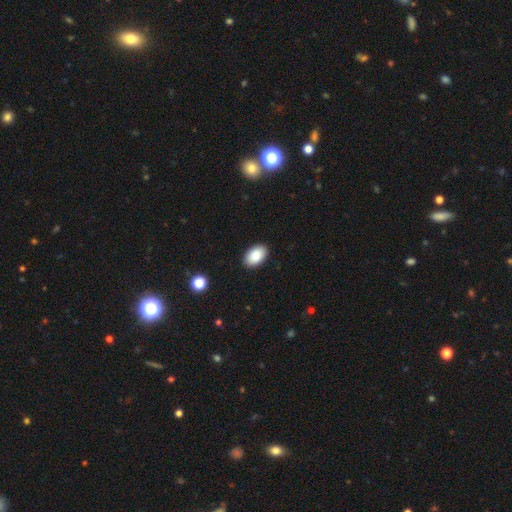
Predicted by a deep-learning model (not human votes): The model was most divided on "smooth or featured": smooth: 87%, star or artifact: 7%, featured or disk: 6%. More confident: how rounded — in between (92%); merging — none (90%).